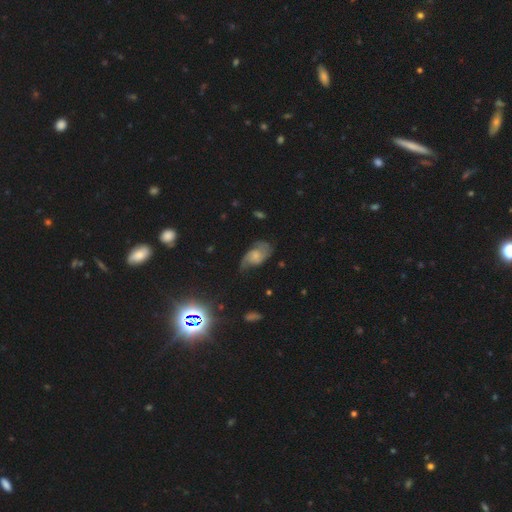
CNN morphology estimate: Smooth or featured? Predicted: featured or disk (p=0.60). Edge-on disk? Predicted: no (p=0.95). Bar? Predicted: no (p=0.63). Spiral arms? Predicted: yes (p=0.87). Spiral winding? Predicted: medium (p=0.44). Spiral arm count? Predicted: 2 (p=0.73). Bulge size? Predicted: small (p=0.33). Merging? Predicted: none (p=0.49).